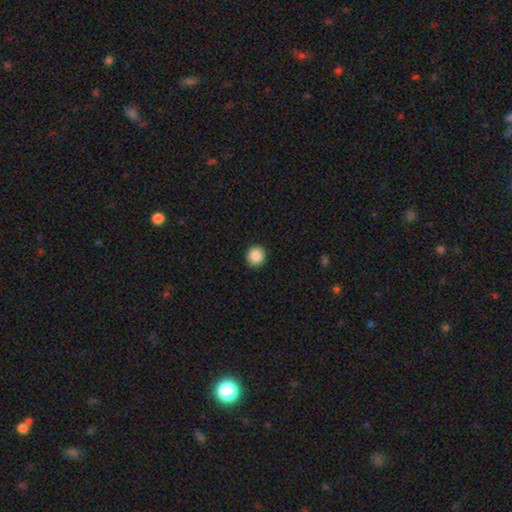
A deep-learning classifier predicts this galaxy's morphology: A smooth galaxy with no disk features (88%) that is round (88%).

Vote fractions:
- Smooth or featured? smooth: 88% / star or artifact: 8% / featured or disk: 4%
- How rounded? round: 88% / in between: 11% / cigar-shaped: 1%
- Merging? none: 91% / minor disturbance: 6% / major disturbance: 2% / merger: 1%